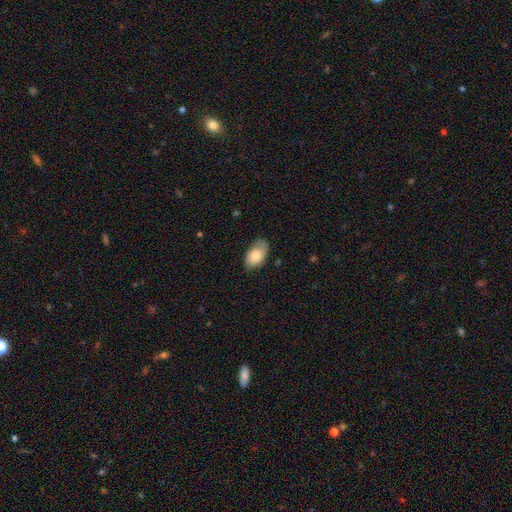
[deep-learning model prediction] Smooth or featured? Predicted: smooth (p=0.78). How rounded? Predicted: in between (p=0.93). Merging? Predicted: none (p=0.69).